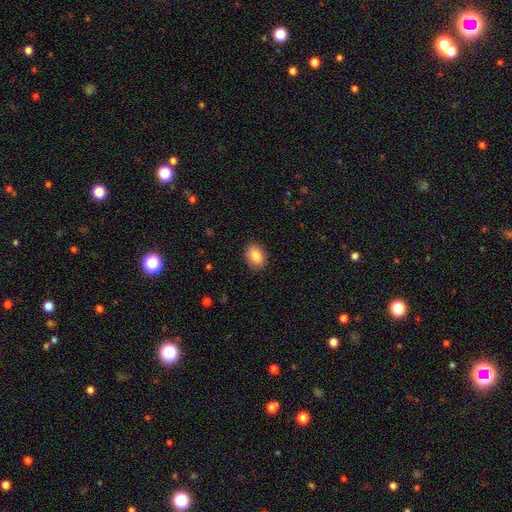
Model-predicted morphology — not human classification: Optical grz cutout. It shows a smooth galaxy with no disk features (86%) that is in between round and cigar-shaped (80%). Merging: none (88%).